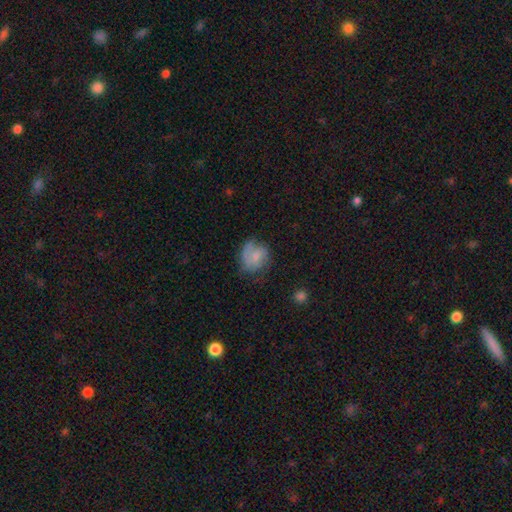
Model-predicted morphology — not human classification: A featured or disk galaxy (46%). Merging: none (56%).